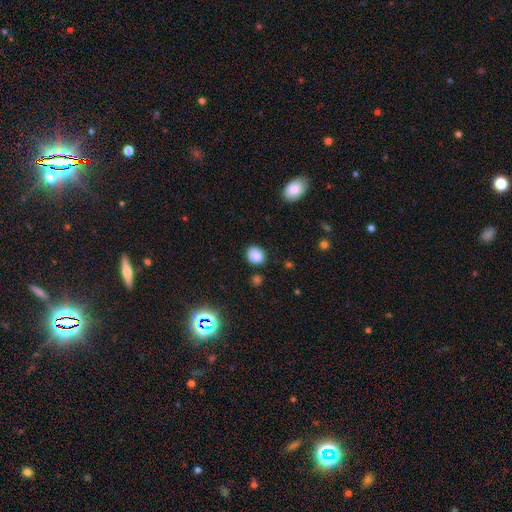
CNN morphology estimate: type=smooth (81%); roundness=round (68%); merging=none (80%).